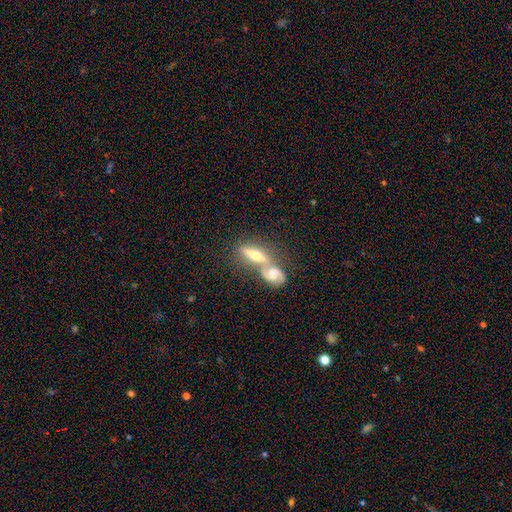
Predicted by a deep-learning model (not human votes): This is possibly a featured or disk galaxy (54%). It is likely viewed edge-on (62%). Merging: possibly merger (56%).